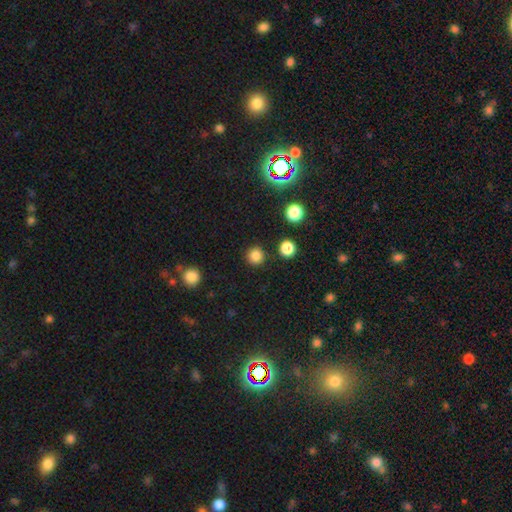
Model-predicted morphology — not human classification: This is clearly a smooth galaxy (83%). How rounded: clearly round (94%). Merging: clearly none (89%).